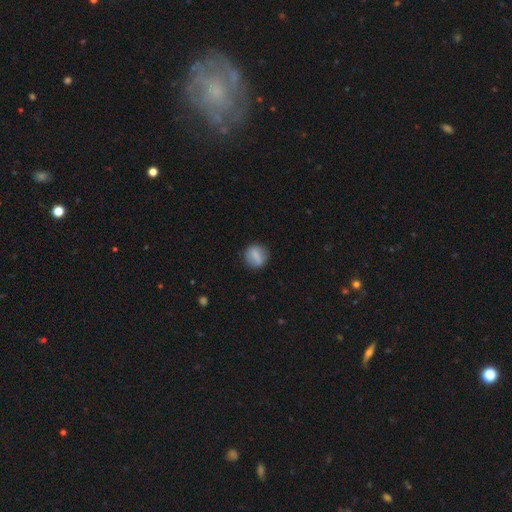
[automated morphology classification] Smooth or featured?
  - smooth: 70% *
  - featured or disk: 22%
  - star or artifact: 8%
How rounded?
  - round: 74% *
  - in between: 23%
  - cigar-shaped: 3%
Merging?
  - none: 84% *
  - minor disturbance: 11%
  - major disturbance: 3%
  - merger: 1%